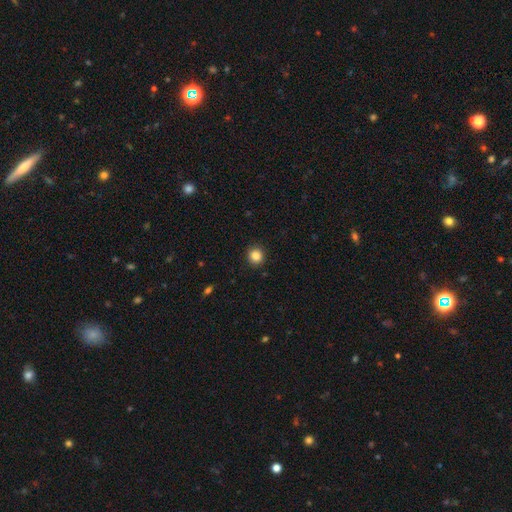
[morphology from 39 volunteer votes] A smooth galaxy with no disk features (82%) that is round (84%).

Vote fractions:
- Smooth or featured? smooth: 82% / star or artifact: 10% / featured or disk: 8%
- How rounded? round: 84% / in between: 12% / cigar-shaped: 3%
- Merging? none: 91% / minor disturbance: 6% / major disturbance: 3% / merger: 0%